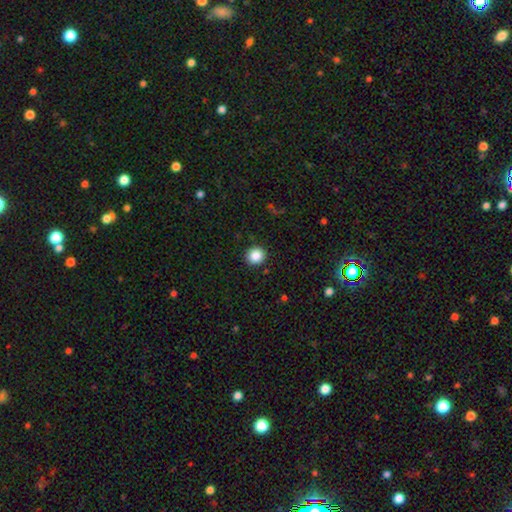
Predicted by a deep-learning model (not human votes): Overall: smooth (86%). How rounded: round (91%). Merging: none (91%).